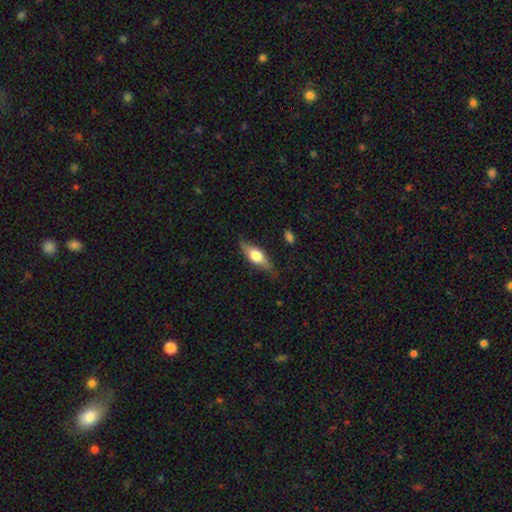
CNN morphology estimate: This appears to be a smooth galaxy with no disk features (53%) that is in between round and cigar-shaped (62%). Merging: none (78%).